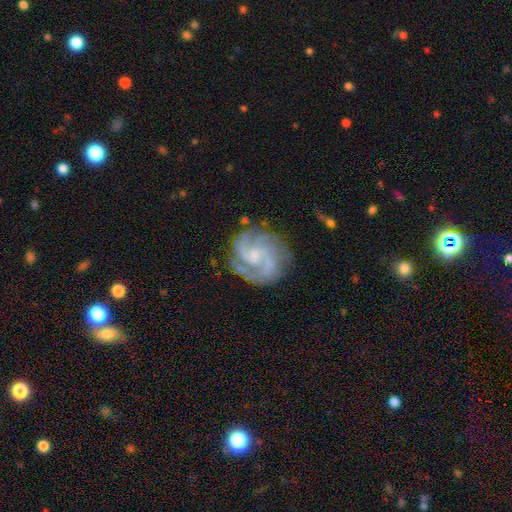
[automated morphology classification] A featured or disk galaxy (90%) with no bar (51%), 2 (40%) tight (47%) spiral arms (98%) and a small central bulge (58%).

Vote fractions:
- Smooth or featured? featured or disk: 90% / star or artifact: 5% / smooth: 5%
- Edge-on disk? no: 98% / yes: 2%
- Bar? no: 51% / weak: 40% / strong: 9%
- Spiral arms? yes: 98% / no: 2%
- Spiral winding? tight: 47% / medium: 45% / loose: 8%
- Spiral arm count? 2: 40% / 3: 37% / can't tell: 9% / 4: 6% / 1: 4% / more than 4: 4%
- Bulge size? small: 58% / moderate: 23% / none: 17% / large: 2% / dominant: 1%
- Merging? none: 76% / minor disturbance: 16% / major disturbance: 7% / merger: 2%